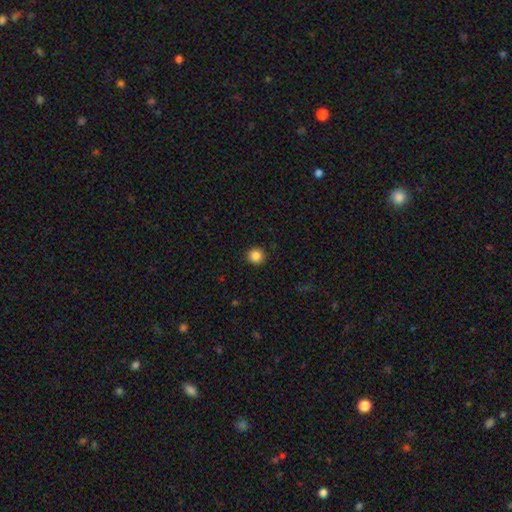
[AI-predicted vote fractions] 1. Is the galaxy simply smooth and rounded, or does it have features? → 86% smooth, 10% star or artifact, 4% featured or disk.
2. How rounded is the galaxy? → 94% round, 5% in between, 1% cigar-shaped.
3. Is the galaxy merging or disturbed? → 92% none, 5% minor disturbance, 2% major disturbance, 1% merger.